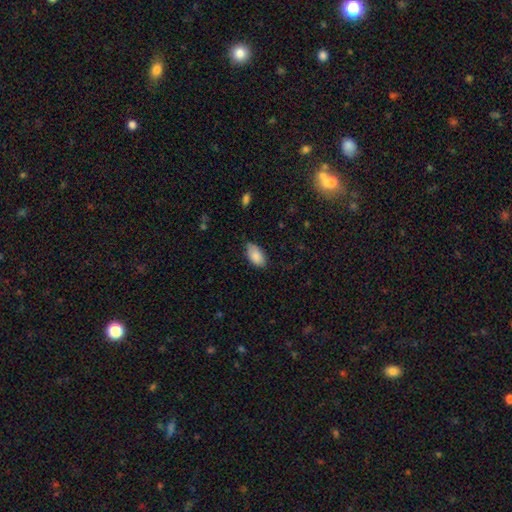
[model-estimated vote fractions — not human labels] Q: Smooth or featured?
A: smooth (88%); runner-up: star or artifact (7%)
Q: How rounded?
A: in between (94%); runner-up: round (3%)
Q: Merging?
A: none (73%); runner-up: minor disturbance (22%)